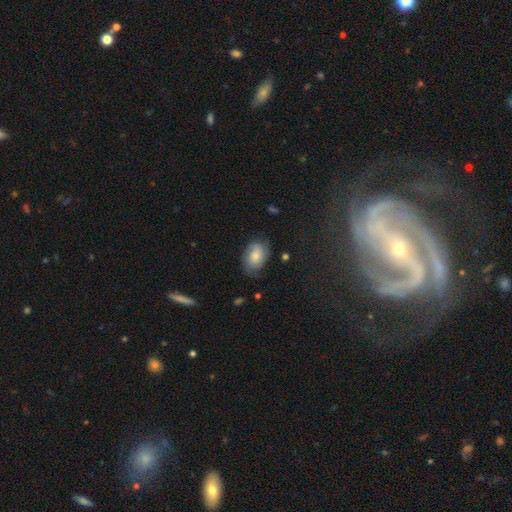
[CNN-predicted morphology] The model was most divided on "smooth or featured": smooth: 65%, featured or disk: 27%, star or artifact: 8%. More confident: how rounded — in between (85%); merging — none (69%).